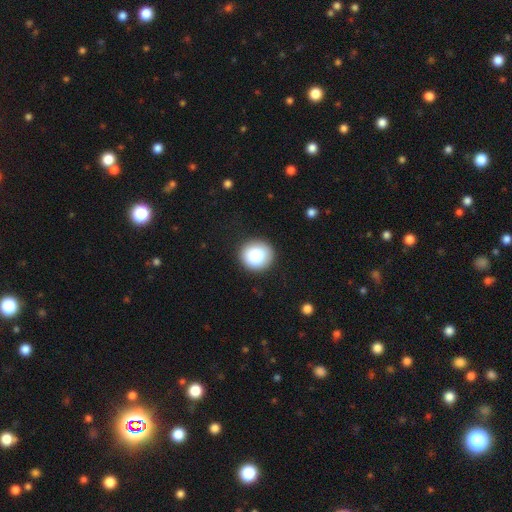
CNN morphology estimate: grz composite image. It shows a smooth galaxy with no disk features (87%) that is round (94%). Merging: none (91%).